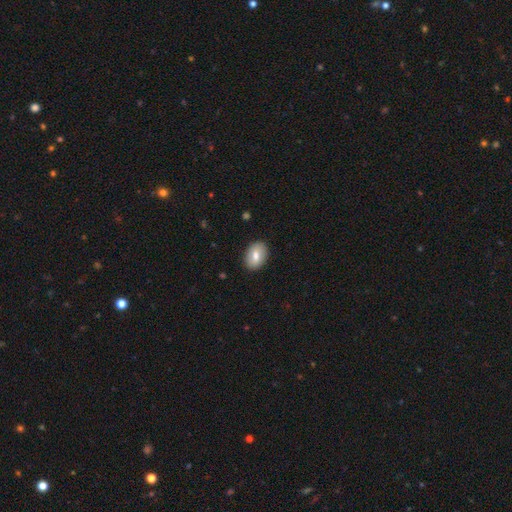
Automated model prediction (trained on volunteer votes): smooth-or-featured: smooth: 76% | featured or disk: 17% | star or artifact: 7%
  how-rounded: in between: 82% | round: 17% | cigar-shaped: 1%
  merging: none: 89% | minor disturbance: 8% | major disturbance: 2% | merger: 1%